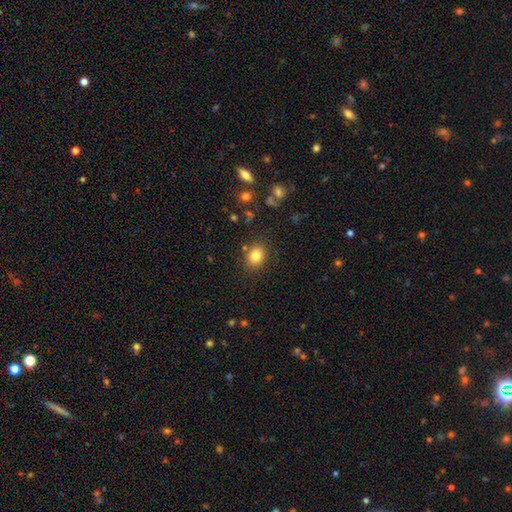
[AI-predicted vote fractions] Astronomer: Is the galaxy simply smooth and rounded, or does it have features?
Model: smooth — 82%.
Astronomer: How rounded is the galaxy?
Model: round — 55% (runner-up: in between, 44%).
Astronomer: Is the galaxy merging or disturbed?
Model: none — 82%.